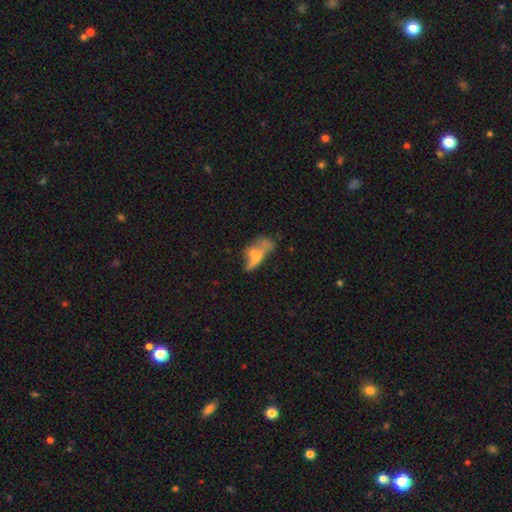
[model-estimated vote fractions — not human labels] smooth 51%, featured or disk 36%, star or artifact 12%. Down the decision tree: how rounded — in between (62%); merging — merger (34%).